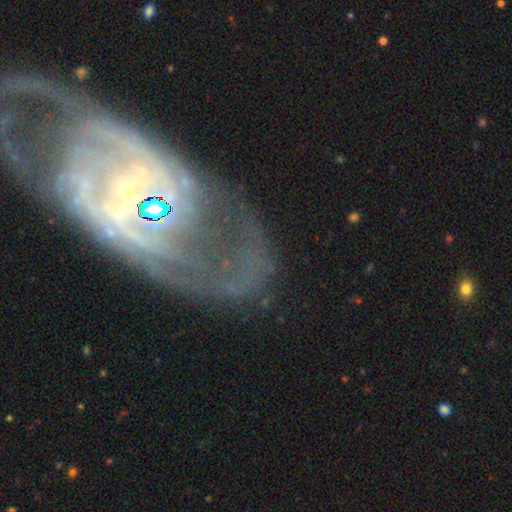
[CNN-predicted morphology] Q: Smooth or featured?
A: featured or disk (67%); runner-up: star or artifact (18%)
Q: Edge-on disk?
A: no (89%); runner-up: yes (11%)
Q: Bar?
A: no (46%); runner-up: strong (28%)
Q: Spiral arms?
A: yes (74%); runner-up: no (26%)
Q: Bulge size?
A: moderate (49%); runner-up: small (31%)
Q: Merging?
A: none (62%); runner-up: major disturbance (16%)